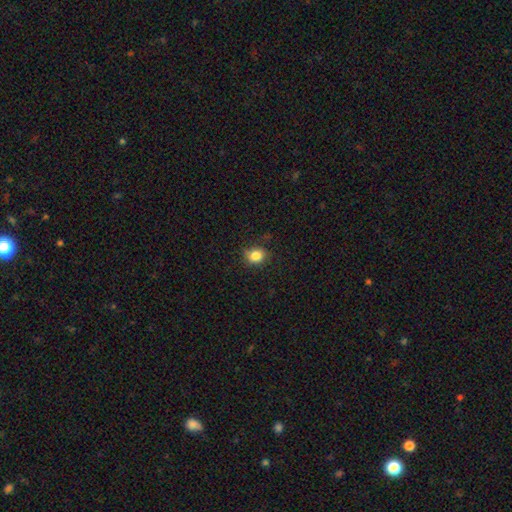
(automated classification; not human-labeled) Smooth or featured? Predicted: smooth (p=0.84). How rounded? Predicted: round (p=0.69). Merging? Predicted: none (p=0.80).